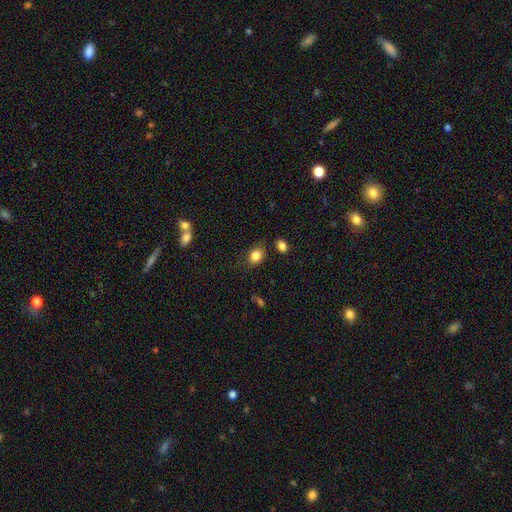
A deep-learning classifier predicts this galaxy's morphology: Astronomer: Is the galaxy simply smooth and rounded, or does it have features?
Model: smooth — 84%.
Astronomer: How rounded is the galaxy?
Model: in between — 64%.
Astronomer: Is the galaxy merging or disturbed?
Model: none — 76%.